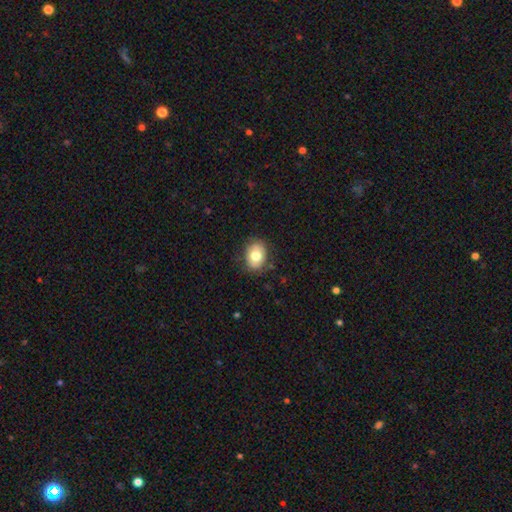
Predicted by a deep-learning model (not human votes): This appears to be a smooth galaxy with no disk features (74%) that is in between round and cigar-shaped (57%). Merging: none (80%).